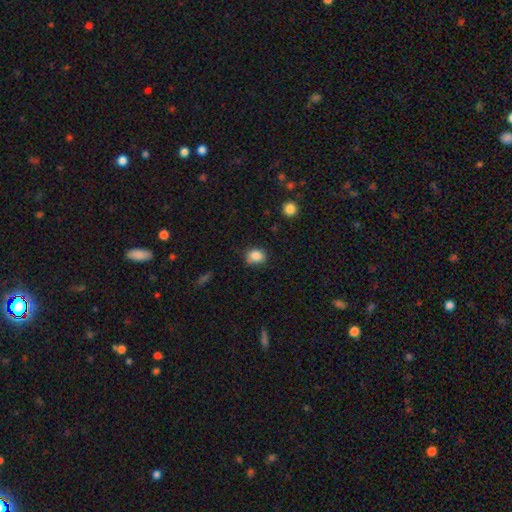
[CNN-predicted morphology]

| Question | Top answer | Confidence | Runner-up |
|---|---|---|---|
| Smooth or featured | smooth | 84% | star or artifact (10%) |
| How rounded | round | 53% | in between (46%) |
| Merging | none | 67% | minor disturbance (25%) |